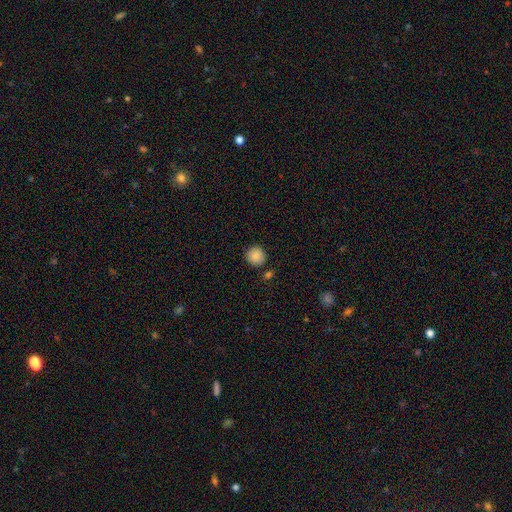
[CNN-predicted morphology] smooth 87%, star or artifact 8%, featured or disk 5%. Down the decision tree: how rounded — round (94%); merging — none (87%).